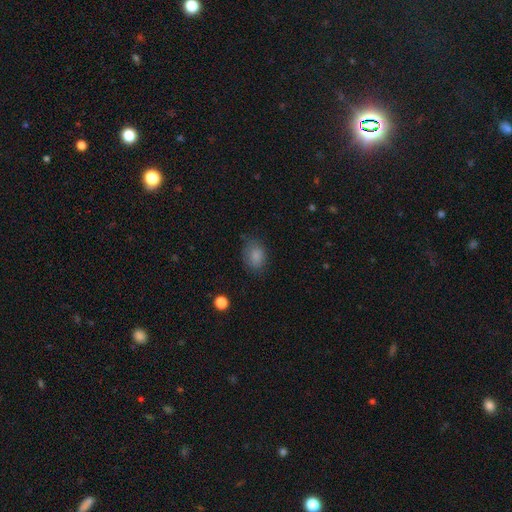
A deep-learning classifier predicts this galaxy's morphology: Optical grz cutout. It shows a smooth galaxy with no disk features (85%) that is in between round and cigar-shaped (72%). Merging: none (74%).